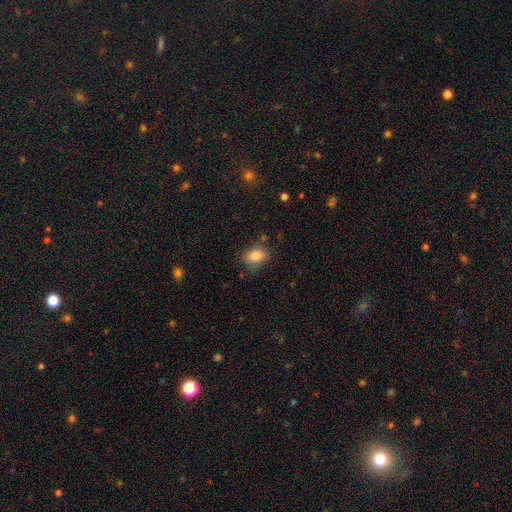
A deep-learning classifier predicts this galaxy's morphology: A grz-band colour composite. It shows a smooth galaxy with no disk features (83%) that is in between round and cigar-shaped (69%). Merging: none (74%).